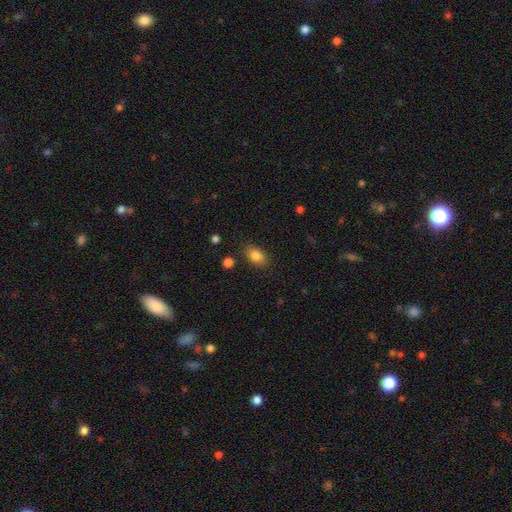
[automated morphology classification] Smooth or featured? Predicted: smooth (p=0.84). How rounded? Predicted: in between (p=0.85). Merging? Predicted: none (p=0.84).